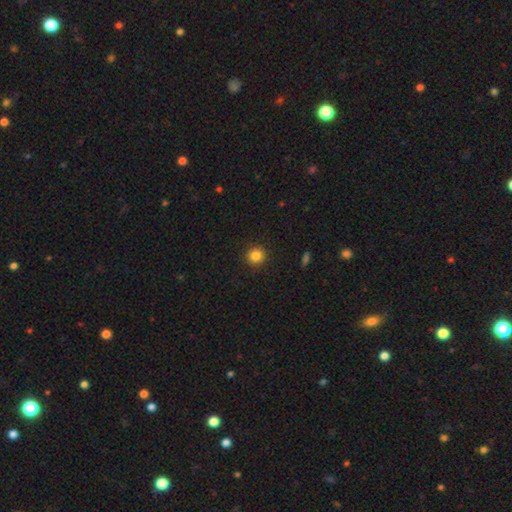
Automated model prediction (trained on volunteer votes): Q: Smooth or featured?
A: smooth (84%); runner-up: star or artifact (11%)
Q: How rounded?
A: round (94%); runner-up: in between (5%)
Q: Merging?
A: none (92%); runner-up: minor disturbance (5%)